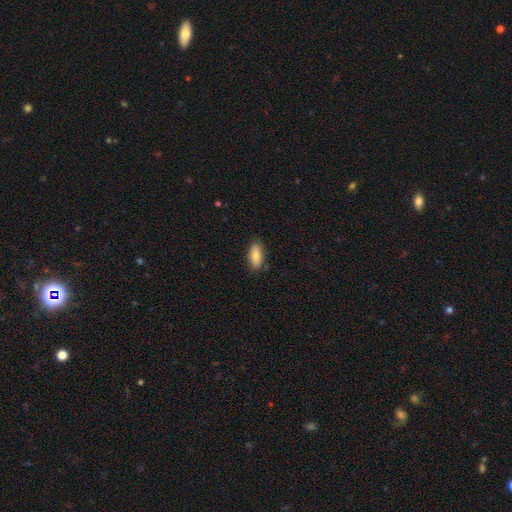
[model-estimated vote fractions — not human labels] Smooth or featured? Predicted: smooth (p=0.82). How rounded? Predicted: in between (p=0.86). Merging? Predicted: none (p=0.86).